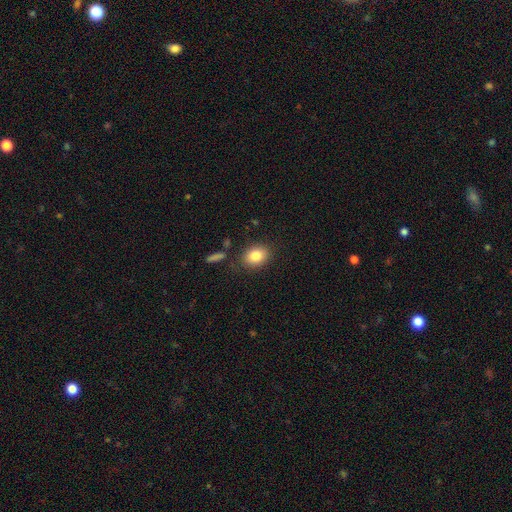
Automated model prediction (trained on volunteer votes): Q: Smooth or featured?
A: smooth (83%); runner-up: star or artifact (9%)
Q: How rounded?
A: in between (63%); runner-up: round (36%)
Q: Merging?
A: none (83%); runner-up: minor disturbance (11%)